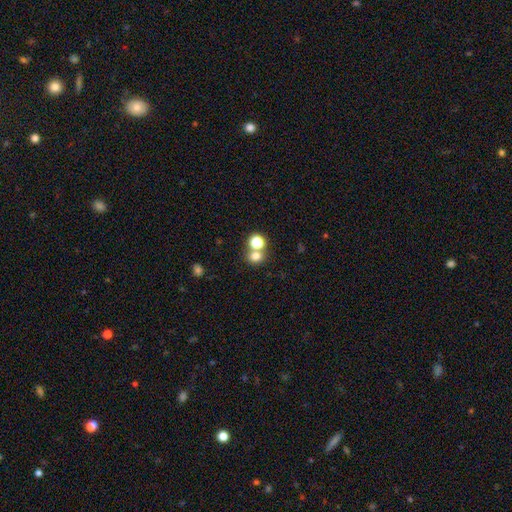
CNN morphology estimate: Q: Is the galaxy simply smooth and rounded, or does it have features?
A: smooth — 73%.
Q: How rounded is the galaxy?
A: round — 78%.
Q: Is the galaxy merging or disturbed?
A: none — 55%.